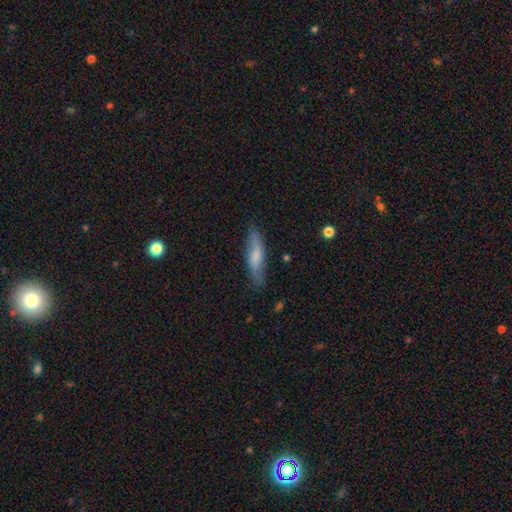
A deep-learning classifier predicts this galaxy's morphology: smooth_or_featured: smooth (p=0.64) [alt: featured or disk p=0.30]
how_rounded: cigar-shaped (p=0.72) [alt: in between p=0.26]
merging: none (p=0.79) [alt: minor disturbance p=0.16]